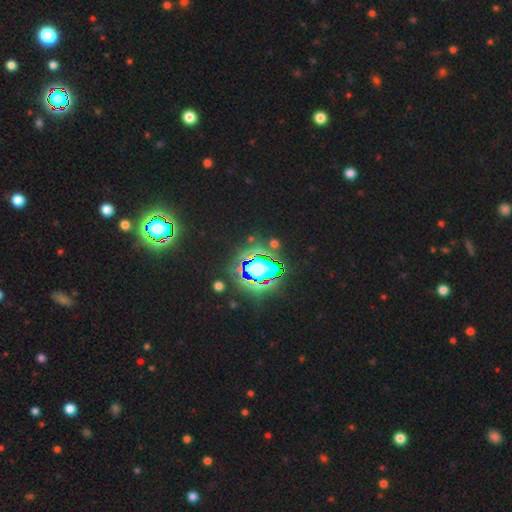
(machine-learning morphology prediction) The model was most divided on "smooth or featured": star or artifact: 83%, smooth: 10%, featured or disk: 7%.